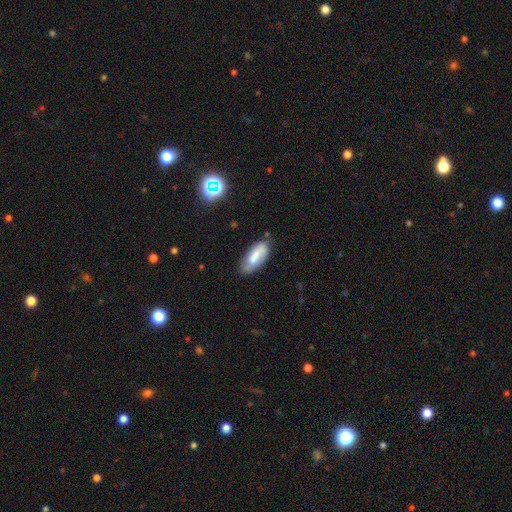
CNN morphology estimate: Smooth or featured: smooth — 69% (featured or disk — 23%)
How rounded: in between — 81% (cigar-shaped — 17%)
Merging: none — 64% (minor disturbance — 26%)